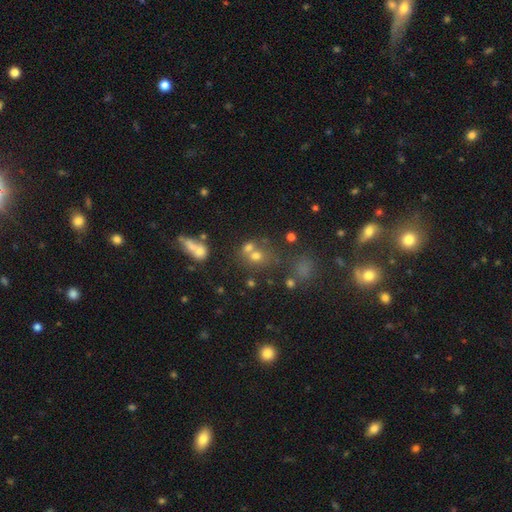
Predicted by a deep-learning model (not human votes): Overall: smooth (57%; star or artifact 26%). How rounded: round (72%). Merging: none (46%; merger 37%).